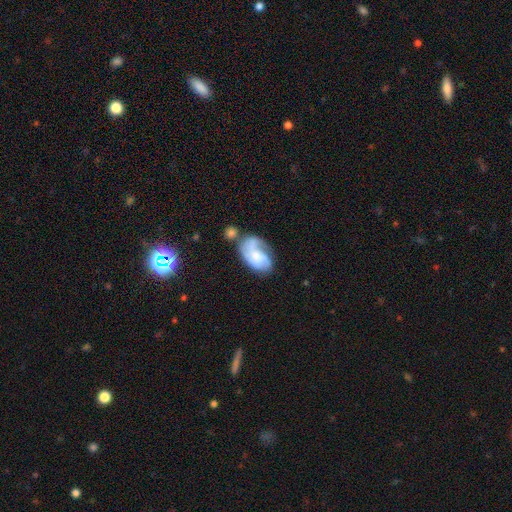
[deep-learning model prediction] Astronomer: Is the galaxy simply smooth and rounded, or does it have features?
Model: featured or disk — 57% (runner-up: smooth, 36%).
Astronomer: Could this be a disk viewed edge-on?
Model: no — 97%.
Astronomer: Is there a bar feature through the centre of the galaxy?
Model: no — 72%.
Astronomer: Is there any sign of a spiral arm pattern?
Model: yes — 85%.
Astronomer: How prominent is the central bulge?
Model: small — 49% (runner-up: moderate, 28%).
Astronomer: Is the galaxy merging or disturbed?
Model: none — 37% (runner-up: minor disturbance, 26%).